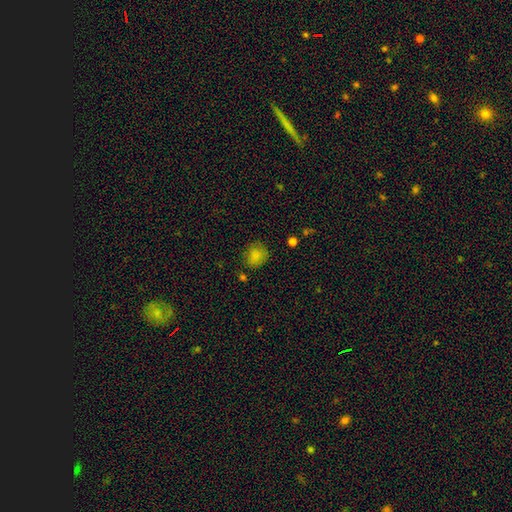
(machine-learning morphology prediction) Smooth or featured? smooth (82%)
How rounded? round (69%)
Merging? none (73%)